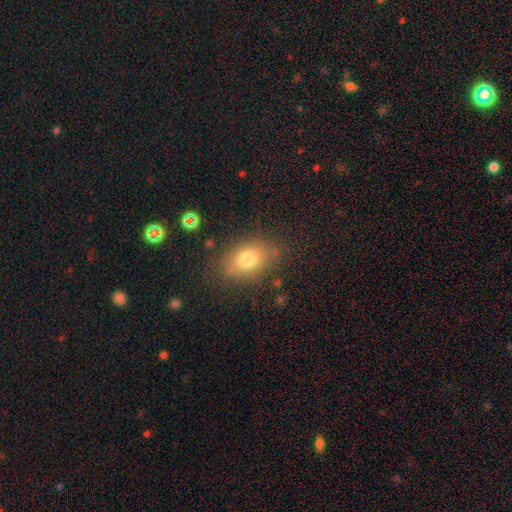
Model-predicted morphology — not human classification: The model was most divided on "smooth or featured": smooth: 68%, star or artifact: 21%, featured or disk: 11%. More confident: merging — none (84%); how rounded — in between (75%).